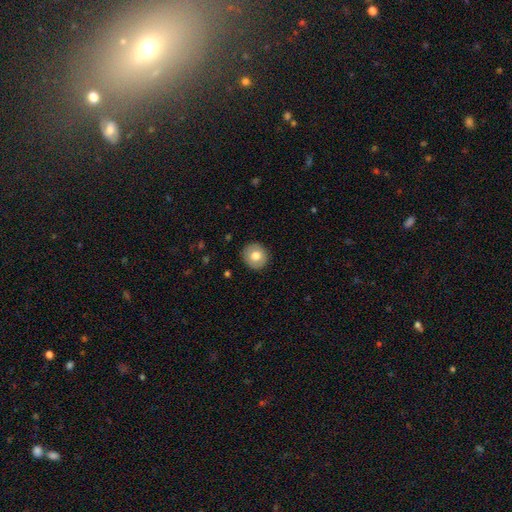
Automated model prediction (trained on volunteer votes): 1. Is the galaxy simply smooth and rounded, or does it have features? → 76% smooth, 16% featured or disk, 8% star or artifact.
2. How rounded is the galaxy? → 87% round, 12% in between, 1% cigar-shaped.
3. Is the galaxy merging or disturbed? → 90% none, 7% minor disturbance, 2% major disturbance, 1% merger.